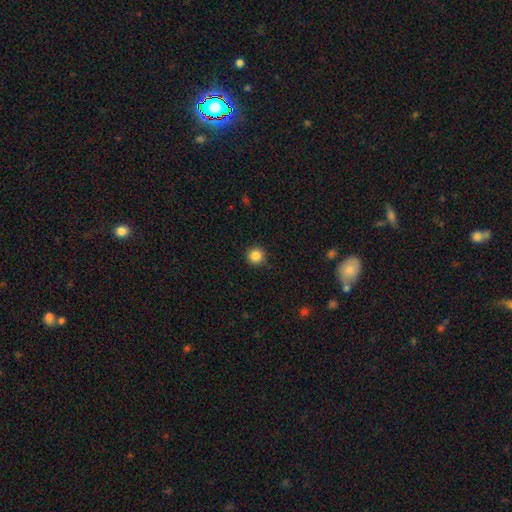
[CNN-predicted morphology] Q: Smooth or featured?
A: smooth (86%); runner-up: star or artifact (10%)
Q: How rounded?
A: round (95%); runner-up: in between (4%)
Q: Merging?
A: none (89%); runner-up: minor disturbance (8%)